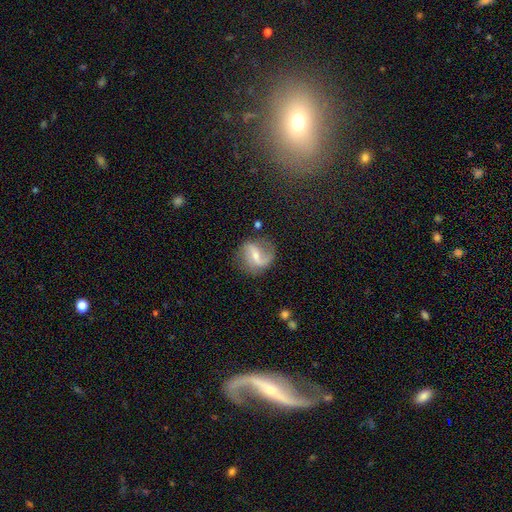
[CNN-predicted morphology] Q: Smooth or featured?
A: featured or disk (76%); runner-up: smooth (17%)
Q: Edge-on disk?
A: no (97%); runner-up: yes (3%)
Q: Bar?
A: weak (44%); runner-up: strong (34%)
Q: Spiral arms?
A: yes (92%); runner-up: no (8%)
Q: Spiral winding?
A: loose (62%); runner-up: medium (29%)
Q: Spiral arm count?
A: 2 (79%); runner-up: 1 (14%)
Q: Bulge size?
A: small (51%); runner-up: moderate (40%)
Q: Merging?
A: none (69%); runner-up: minor disturbance (18%)